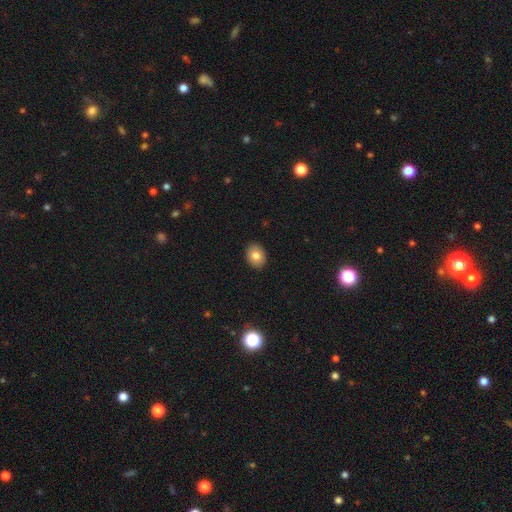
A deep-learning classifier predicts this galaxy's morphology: smooth_or_featured: smooth (p=0.81) [alt: featured or disk p=0.10]
how_rounded: in between (p=0.61) [alt: round p=0.38]
merging: none (p=0.91) [alt: minor disturbance p=0.06]